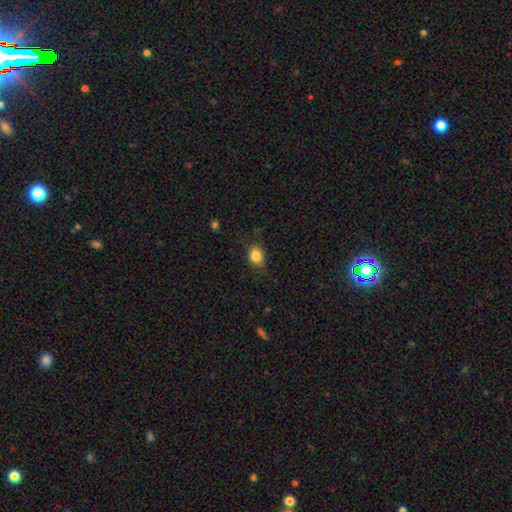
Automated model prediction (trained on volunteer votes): Smooth or featured: smooth — 84% (star or artifact — 10%)
How rounded: round — 57% (in between — 42%)
Merging: none — 80% (minor disturbance — 15%)